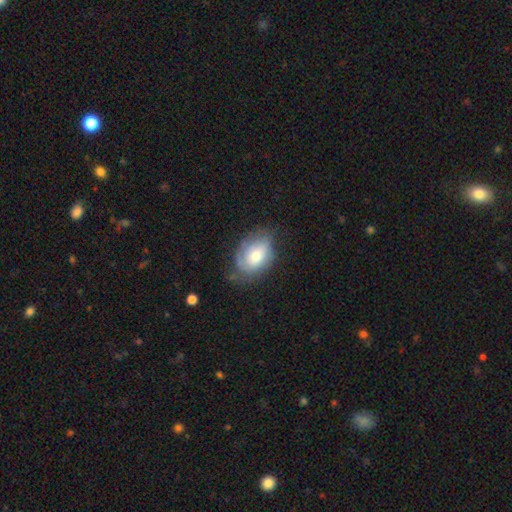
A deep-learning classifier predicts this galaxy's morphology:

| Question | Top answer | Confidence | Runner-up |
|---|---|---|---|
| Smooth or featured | smooth | 54% | featured or disk (39%) |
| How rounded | in between | 78% | round (20%) |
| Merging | none | 55% | minor disturbance (31%) |